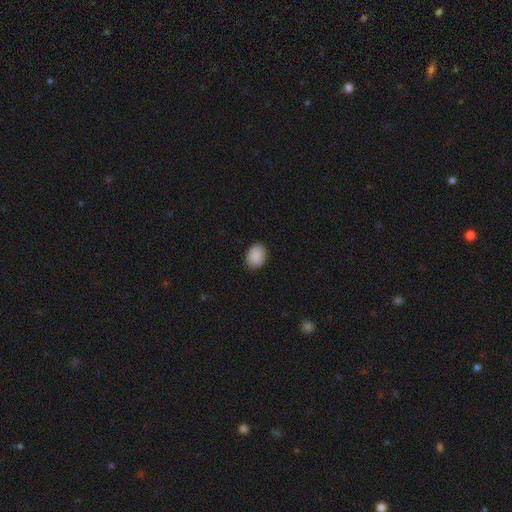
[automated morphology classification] Smooth or featured? Predicted: smooth (p=0.90). How rounded? Predicted: in between (p=0.70). Merging? Predicted: none (p=0.86).